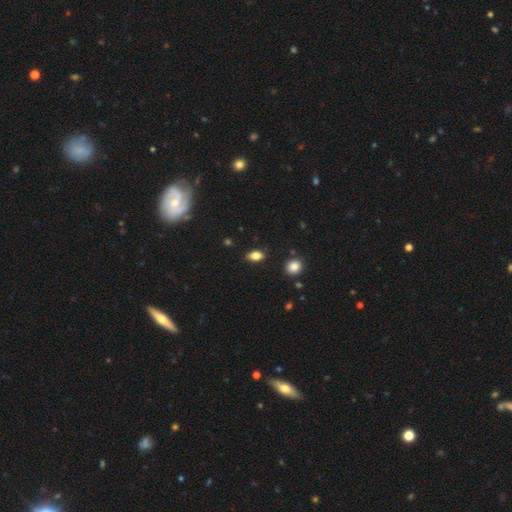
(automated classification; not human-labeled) smooth 79%, featured or disk 12%, star or artifact 10%. Down the decision tree: how rounded — in between (85%); merging — none (84%).